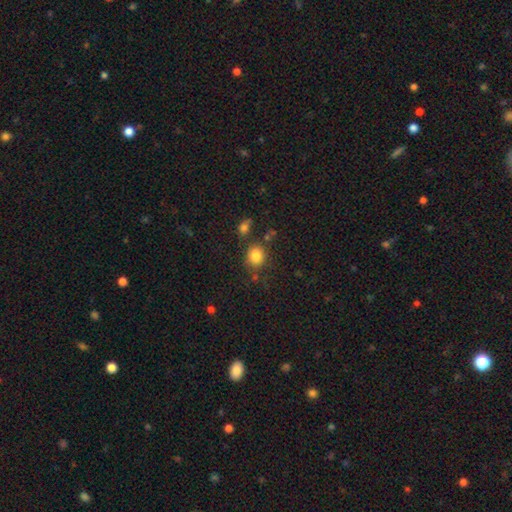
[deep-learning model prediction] This appears to be a smooth galaxy with no disk features (82%) that is round (74%). Merging: none (73%).